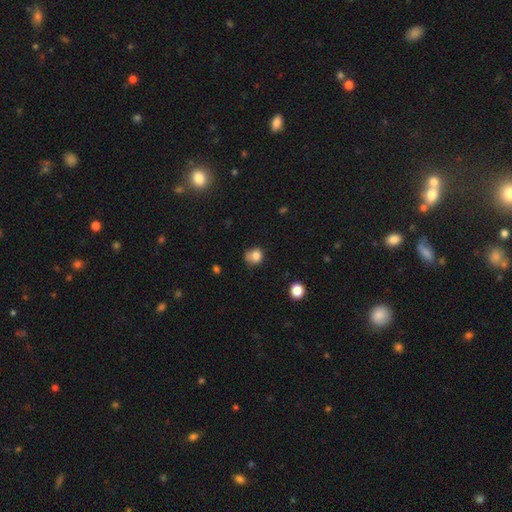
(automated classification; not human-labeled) The model was most divided on "merging": none: 48%, minor disturbance: 32%, major disturbance: 13%, merger: 7%. More confident: smooth or featured — smooth (80%); how rounded — round (69%).